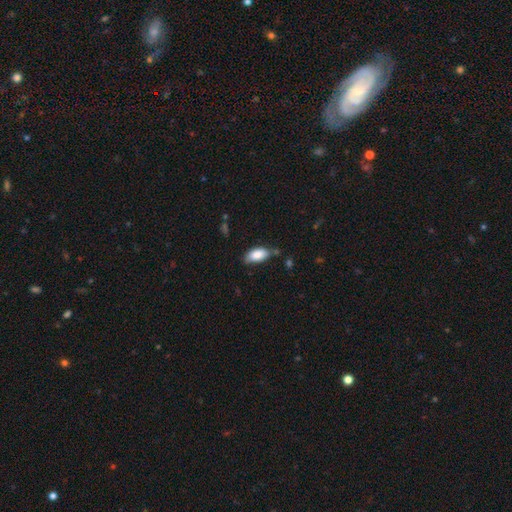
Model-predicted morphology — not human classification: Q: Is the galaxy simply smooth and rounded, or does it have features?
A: smooth — 84%.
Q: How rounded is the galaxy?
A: in between — 91%.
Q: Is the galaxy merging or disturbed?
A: none — 63%.